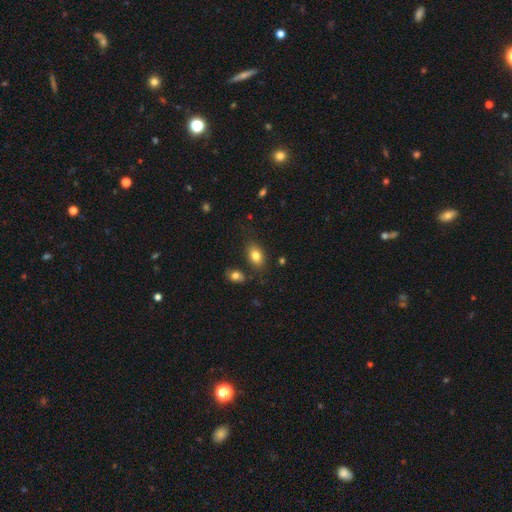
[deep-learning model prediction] The model was most divided on "merging": none: 78%, minor disturbance: 13%, merger: 6%, major disturbance: 4%. More confident: how rounded — in between (85%); smooth or featured — smooth (81%).